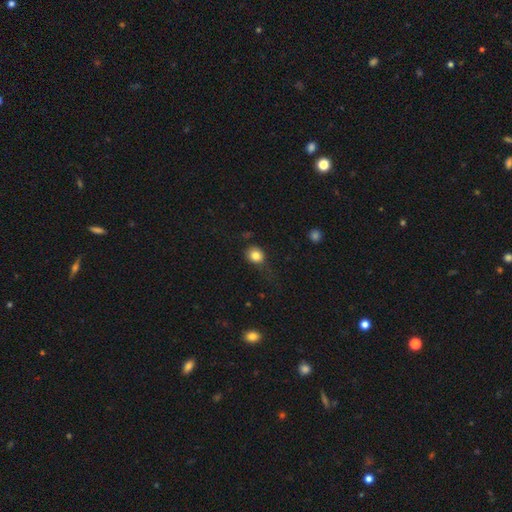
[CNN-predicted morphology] Smooth or featured: smooth — 81% (star or artifact — 11%)
How rounded: round — 76% (in between — 23%)
Merging: none — 63% (minor disturbance — 24%)